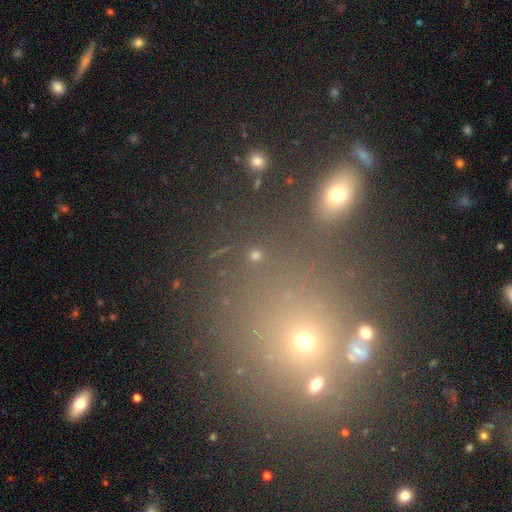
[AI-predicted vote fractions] smooth_or_featured: smooth (p=0.50) [alt: star or artifact p=0.38]
how_rounded: round (p=0.60) [alt: in between p=0.37]
merging: none (p=0.72) [alt: merger p=0.12]